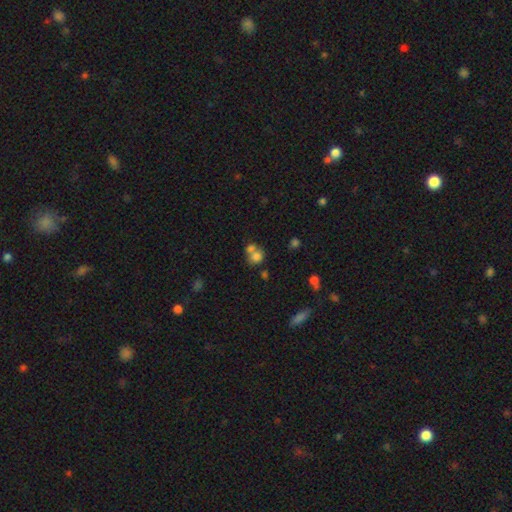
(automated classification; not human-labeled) Morphology: type=smooth (73%); roundness=round (73%); merging=merger (55%).